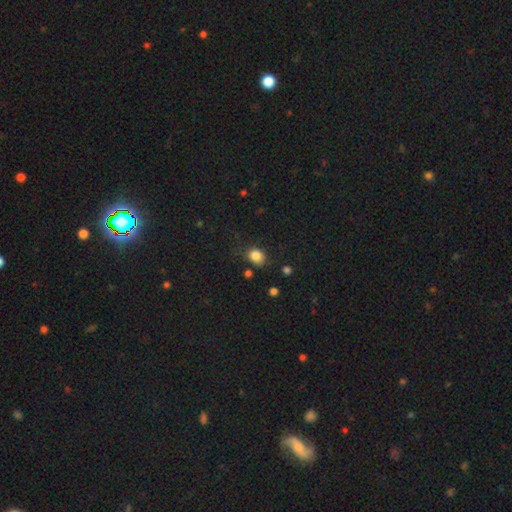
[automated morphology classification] Smooth or featured? smooth (83%)
How rounded? round (50%)
Merging? none (70%)